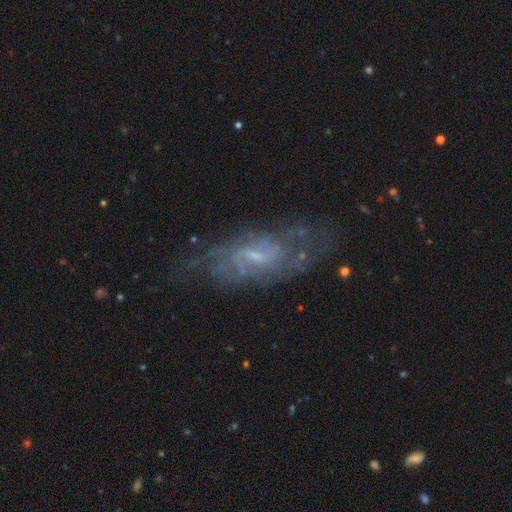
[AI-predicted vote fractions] Smooth or featured? Predicted: featured or disk (p=0.77). Edge-on disk? Predicted: no (p=0.88). Bar? Predicted: weak (p=0.56). Spiral arms? Predicted: yes (p=0.85). Spiral winding? Predicted: medium (p=0.42). Spiral arm count? Predicted: can't tell (p=0.49). Bulge size? Predicted: small (p=0.59). Merging? Predicted: none (p=0.69).